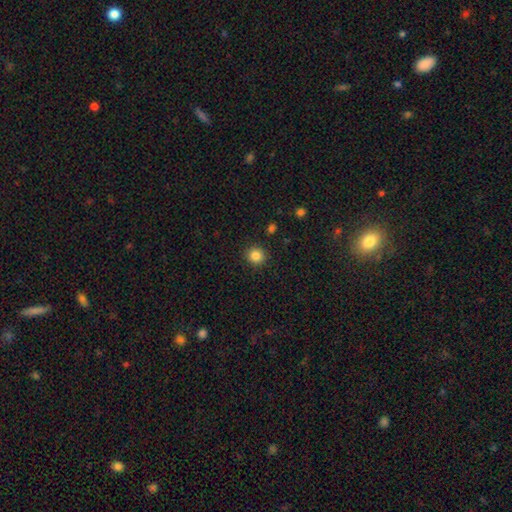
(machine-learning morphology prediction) type=smooth (85%); roundness=round (90%); merging=none (91%).